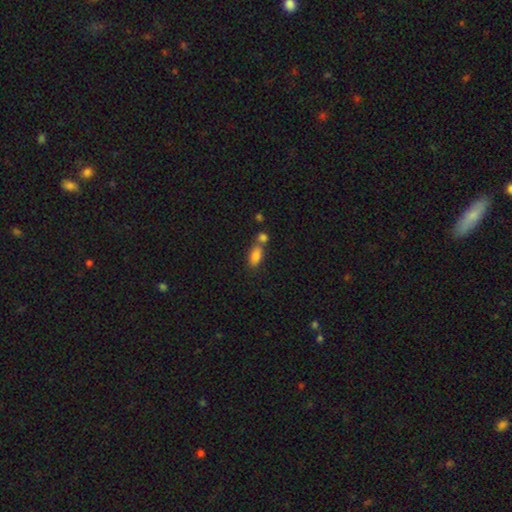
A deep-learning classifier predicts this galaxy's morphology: type=smooth (83%); roundness=in between (85%); merging=none (46%).